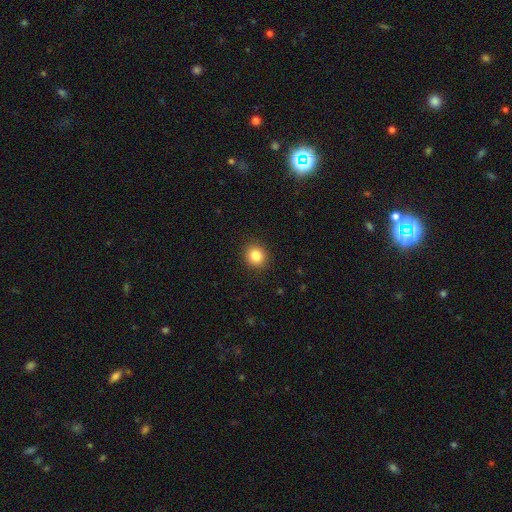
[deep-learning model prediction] smooth-or-featured: smooth: 85% | star or artifact: 10% | featured or disk: 5%
  how-rounded: round: 81% | in between: 18% | cigar-shaped: 1%
  merging: none: 90% | minor disturbance: 6% | major disturbance: 2% | merger: 1%